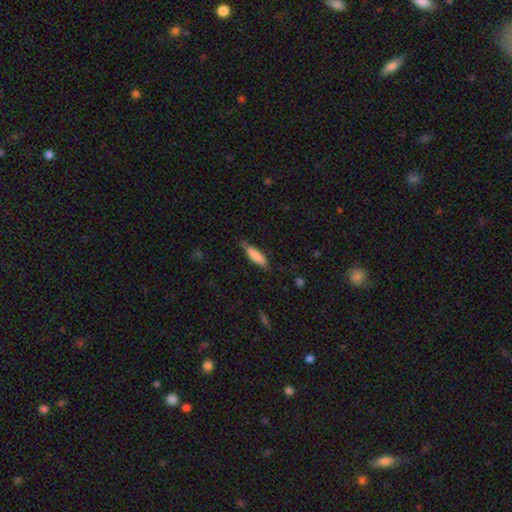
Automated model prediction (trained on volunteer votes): A smooth galaxy with no disk features (80%) that is cigar-shaped (65%).

Vote fractions:
- Smooth or featured? smooth: 80% / featured or disk: 15% / star or artifact: 6%
- How rounded? cigar-shaped: 65% / in between: 33% / round: 1%
- Merging? none: 75% / minor disturbance: 20% / major disturbance: 4% / merger: 1%